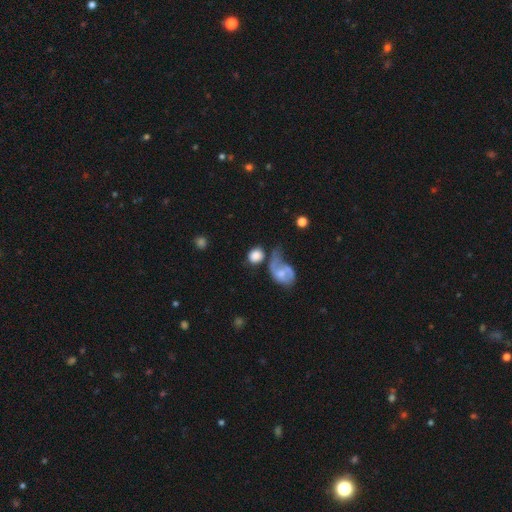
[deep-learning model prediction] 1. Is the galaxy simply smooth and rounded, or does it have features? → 77% smooth, 15% featured or disk, 9% star or artifact.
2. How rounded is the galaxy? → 66% round, 32% in between, 2% cigar-shaped.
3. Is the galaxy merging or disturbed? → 42% none, 23% merger, 18% minor disturbance, 17% major disturbance.